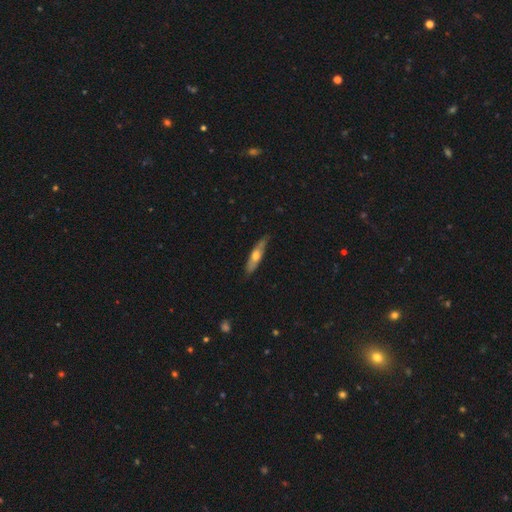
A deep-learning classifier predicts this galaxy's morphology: smooth_or_featured: featured or disk (p=0.48) [alt: smooth p=0.47]
merging: none (p=0.81) [alt: minor disturbance p=0.16]